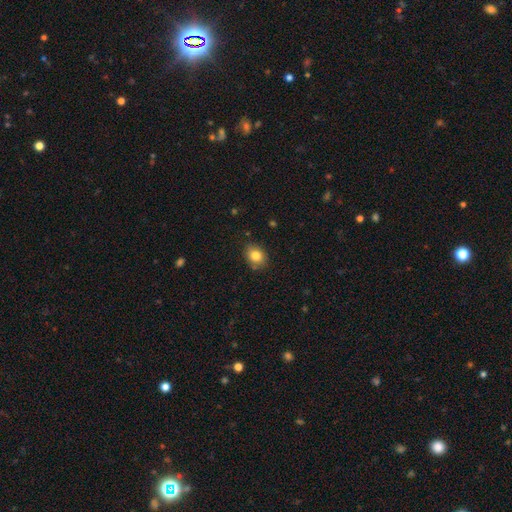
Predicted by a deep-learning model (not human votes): Overall: smooth (82%). How rounded: in between (57%; round 42%). Merging: none (83%).